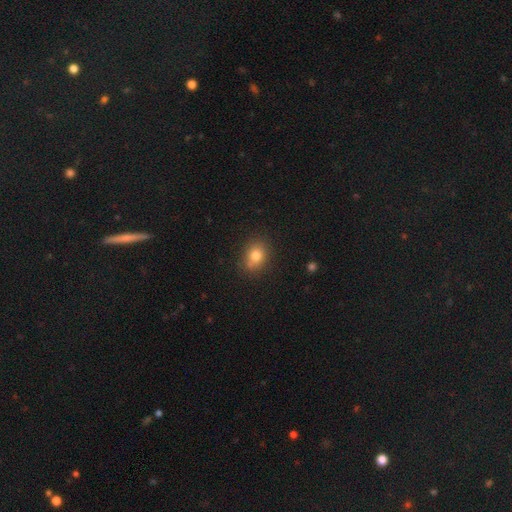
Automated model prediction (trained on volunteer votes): Smooth or featured? smooth (80%)
How rounded? in between (59%)
Merging? none (77%)